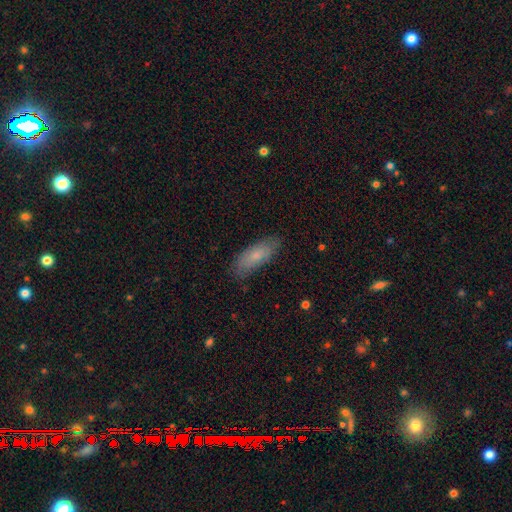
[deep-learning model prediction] This appears to be a smooth galaxy with no disk features (76%) that is in between round and cigar-shaped (68%). Merging: none (80%).